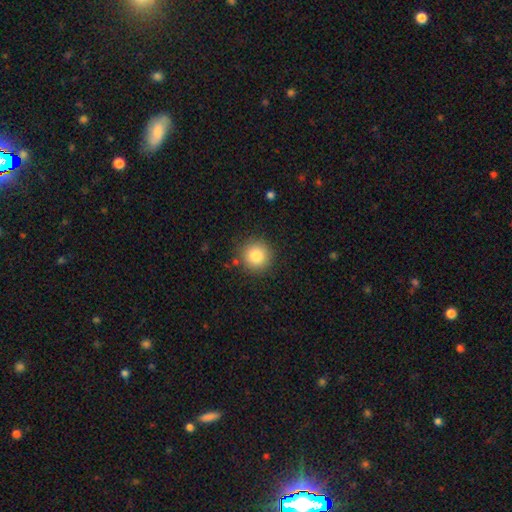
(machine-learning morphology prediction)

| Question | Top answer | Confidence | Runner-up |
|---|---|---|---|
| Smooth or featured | smooth | 84% | star or artifact (10%) |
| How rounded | round | 94% | in between (5%) |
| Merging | none | 88% | minor disturbance (8%) |